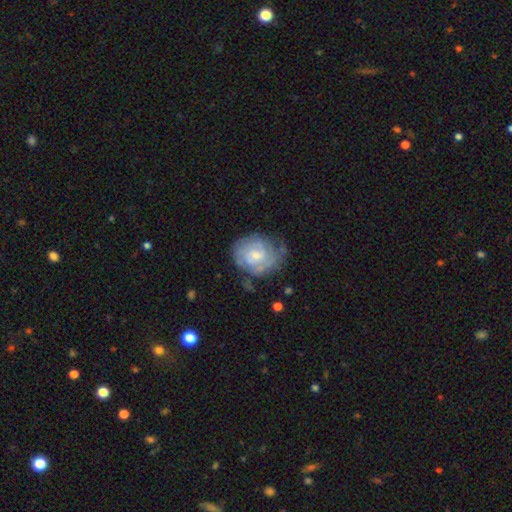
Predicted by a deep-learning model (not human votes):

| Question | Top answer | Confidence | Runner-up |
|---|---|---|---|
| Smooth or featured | featured or disk | 75% | smooth (19%) |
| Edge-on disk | no | 98% | yes (2%) |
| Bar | no | 60% | weak (36%) |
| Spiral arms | yes | 89% | no (11%) |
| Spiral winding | tight | 63% | medium (28%) |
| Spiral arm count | can't tell | 44% | 2 (27%) |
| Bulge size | small | 52% | moderate (40%) |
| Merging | none | 60% | minor disturbance (25%) |